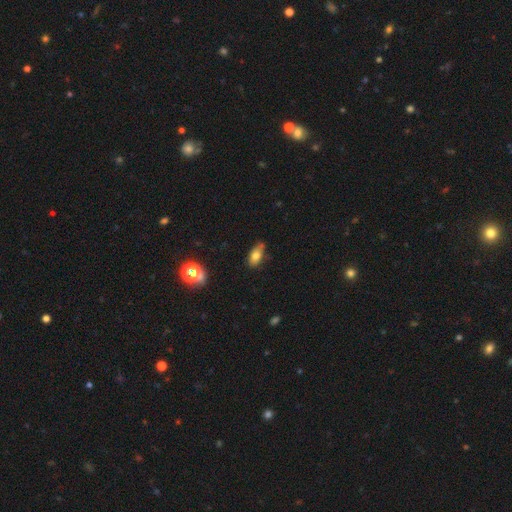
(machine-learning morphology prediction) A smooth galaxy with no disk features (74%) that is in between round and cigar-shaped (86%). Merging: none (57%).